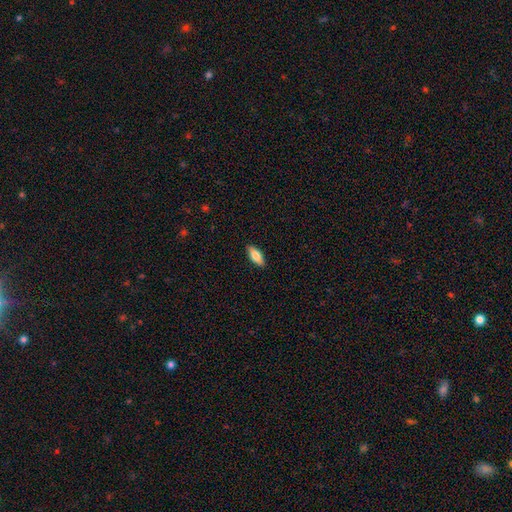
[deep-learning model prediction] Q: Smooth or featured?
A: smooth (76%); runner-up: featured or disk (18%)
Q: How rounded?
A: in between (80%); runner-up: cigar-shaped (18%)
Q: Merging?
A: none (89%); runner-up: minor disturbance (9%)